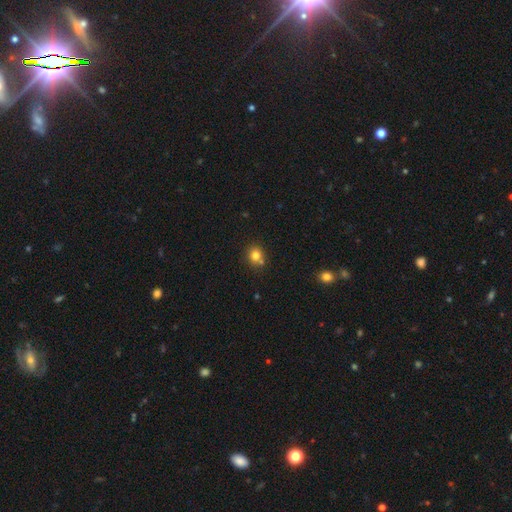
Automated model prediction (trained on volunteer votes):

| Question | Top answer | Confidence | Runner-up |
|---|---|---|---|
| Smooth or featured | smooth | 79% | star or artifact (13%) |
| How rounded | round | 80% | in between (19%) |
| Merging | none | 64% | merger (21%) |